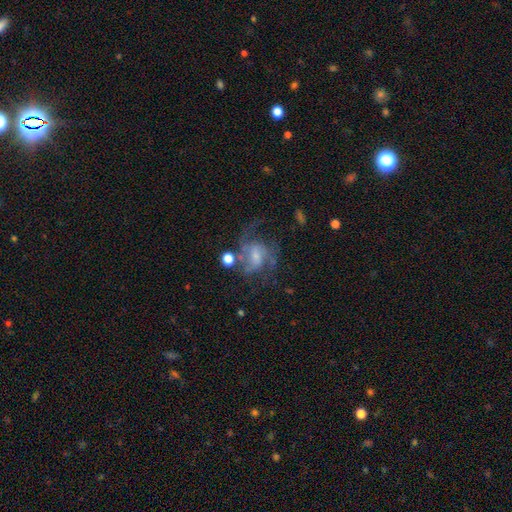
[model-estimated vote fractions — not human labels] smooth-or-featured: featured or disk: 74% | smooth: 15% | star or artifact: 11%
  disk-edge-on: no: 97% | yes: 3%
    bar: weak: 46% | no: 40% | strong: 13%
    has-spiral-arms: yes: 87% | no: 13%
      spiral-winding: medium: 51% | loose: 28% | tight: 21%
      spiral-arm-count: 2: 47% | can't tell: 22% | 3: 17% | 1: 6% | 4: 5% | more than 4: 4%
    bulge-size: small: 43% | moderate: 33% | none: 17% | large: 6% | dominant: 2%
  merging: none: 49% | major disturbance: 24% | minor disturbance: 18% | merger: 8%